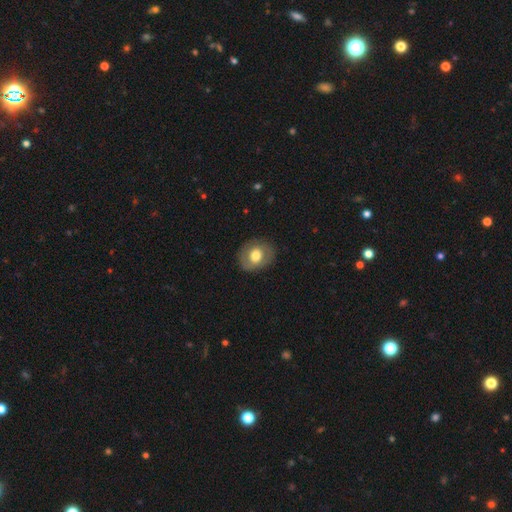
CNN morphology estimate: Smooth or featured: smooth — 61% (featured or disk — 32%)
How rounded: round — 60% (in between — 39%)
Merging: none — 84% (minor disturbance — 11%)